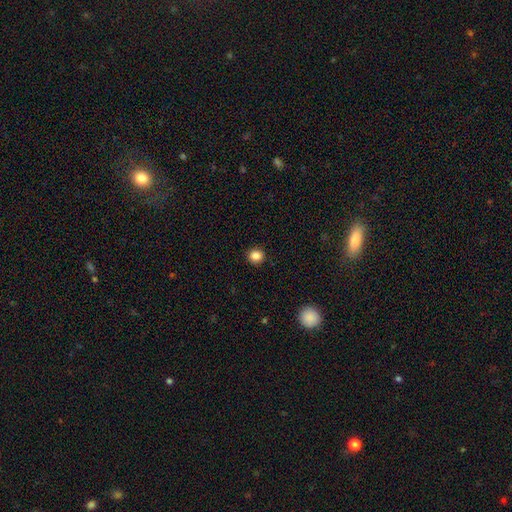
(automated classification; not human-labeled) This appears to be a smooth galaxy with no disk features (85%) that is round (90%). Merging: none (92%).